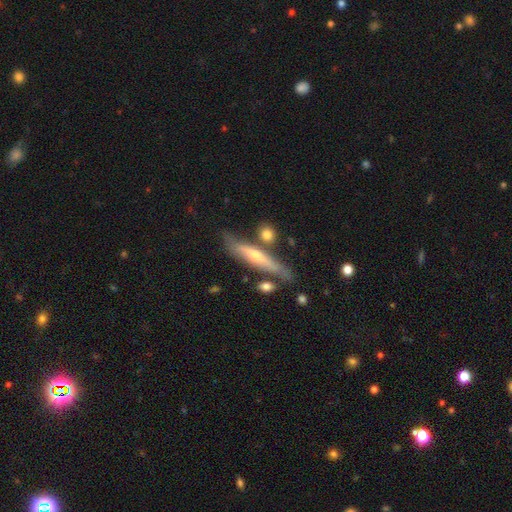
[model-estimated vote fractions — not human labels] smooth-or-featured: featured or disk: 53% | smooth: 41% | star or artifact: 6%
  disk-edge-on: yes: 82% | no: 18%
  merging: none: 67% | minor disturbance: 18% | merger: 10% | major disturbance: 5%